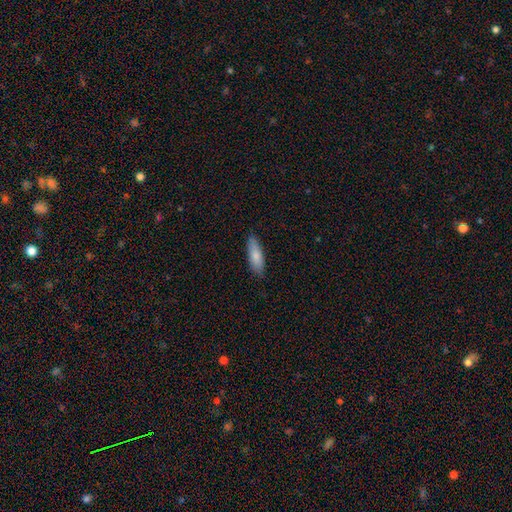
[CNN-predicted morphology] Overall: smooth (81%). How rounded: in between (55%; cigar-shaped 43%). Merging: none (84%).